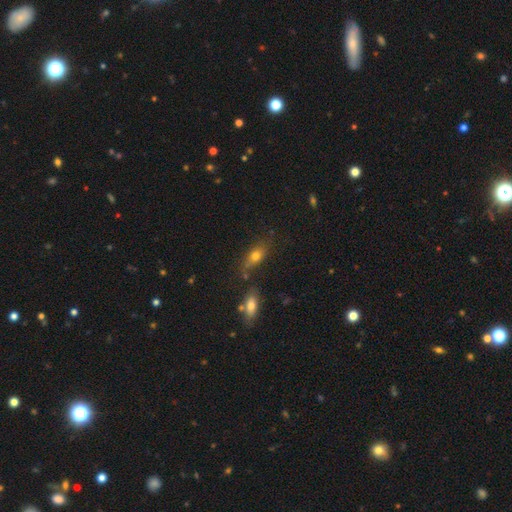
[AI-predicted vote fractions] Smooth or featured: smooth — 72% (featured or disk — 17%)
How rounded: in between — 75% (round — 13%)
Merging: none — 59% (minor disturbance — 19%)